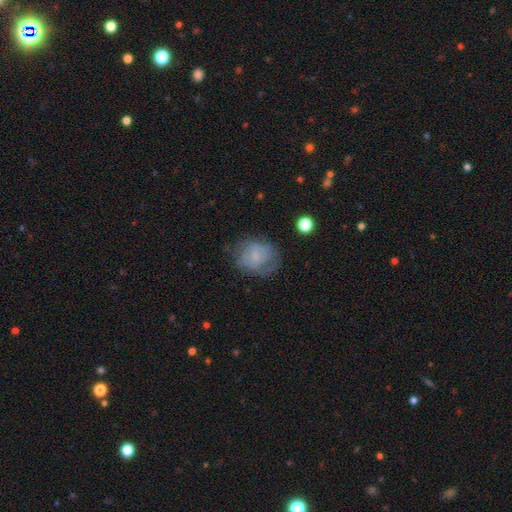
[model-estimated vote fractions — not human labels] The model was most divided on "smooth or featured": featured or disk: 46%, smooth: 44%, star or artifact: 10%. More confident: merging — none (53%).